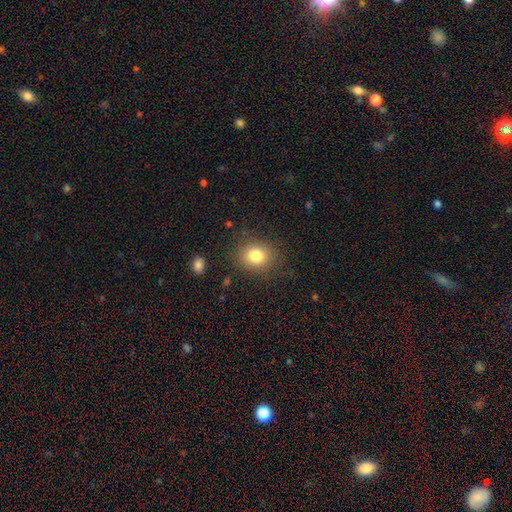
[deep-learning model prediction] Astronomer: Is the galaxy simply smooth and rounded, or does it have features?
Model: smooth — 81%.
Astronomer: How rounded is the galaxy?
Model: round — 67%.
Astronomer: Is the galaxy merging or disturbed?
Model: none — 84%.